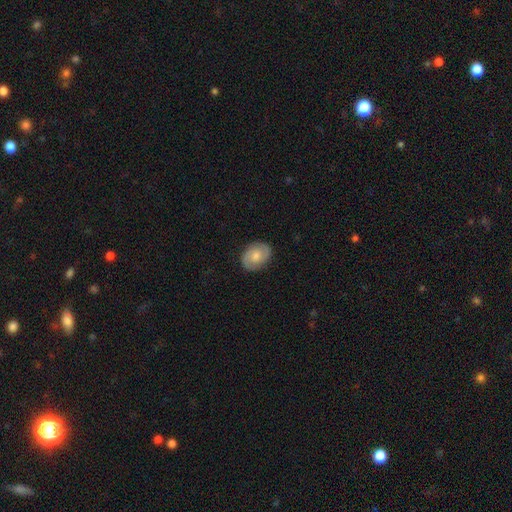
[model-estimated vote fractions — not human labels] Smooth or featured? featured or disk (62%)
Edge-on disk? no (97%)
Bar? no (64%)
Spiral arms? yes (90%)
Spiral winding? tight (45%)
Spiral arm count? 2 (87%)
Bulge size? moderate (56%)
Merging? none (86%)